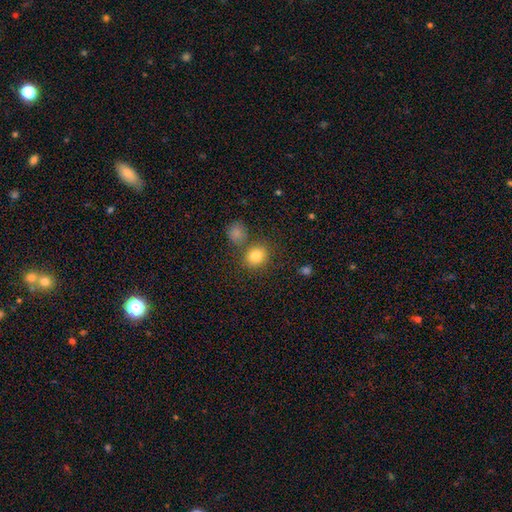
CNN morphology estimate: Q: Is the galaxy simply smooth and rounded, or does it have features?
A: smooth — 82%.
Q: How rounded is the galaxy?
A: round — 73%.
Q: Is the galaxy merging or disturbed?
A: none — 72%.